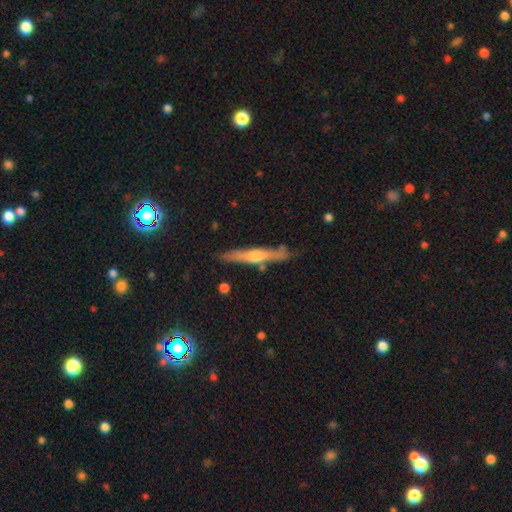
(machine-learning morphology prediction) featured or disk 66%, smooth 26%, star or artifact 8%. Down the decision tree: edge-on disk — yes (95%); edge-on bulge — rounded (82%); merging — none (83%).